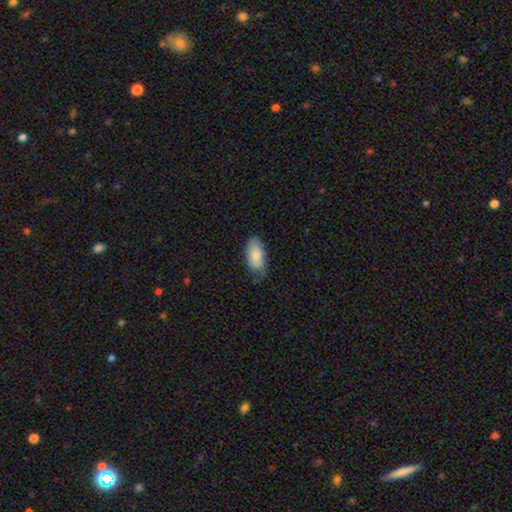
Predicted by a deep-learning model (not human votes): A smooth galaxy with no disk features (82%) that is in between round and cigar-shaped (92%).

Vote fractions:
- Smooth or featured? smooth: 82% / featured or disk: 12% / star or artifact: 6%
- How rounded? in between: 92% / cigar-shaped: 6% / round: 2%
- Merging? none: 56% / minor disturbance: 34% / major disturbance: 9% / merger: 1%